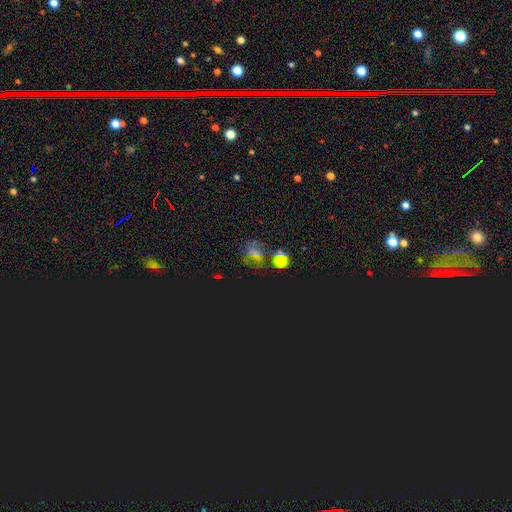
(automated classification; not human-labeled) star or artifact 50%, smooth 27%, featured or disk 23%.